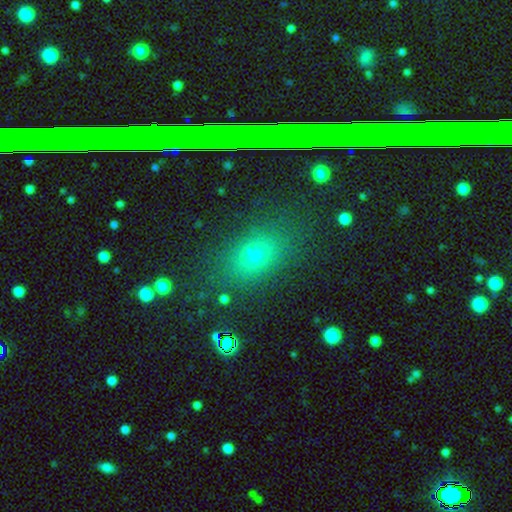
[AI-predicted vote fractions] Overall: smooth (58%; star or artifact 24%). How rounded: in between (66%; round 30%). Merging: none (58%; merger 22%).